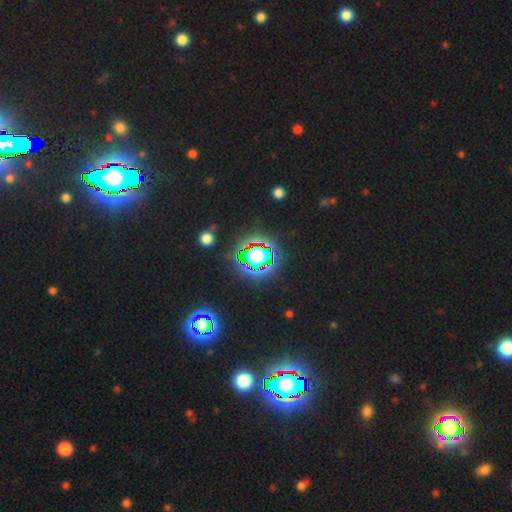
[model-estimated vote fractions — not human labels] A star or artifact, not a galaxy (69%).